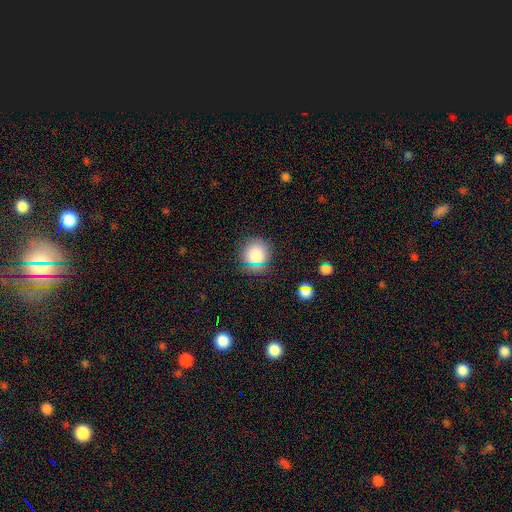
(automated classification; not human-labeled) smooth 77%, star or artifact 16%, featured or disk 7%. Down the decision tree: how rounded — round (90%); merging — none (85%).